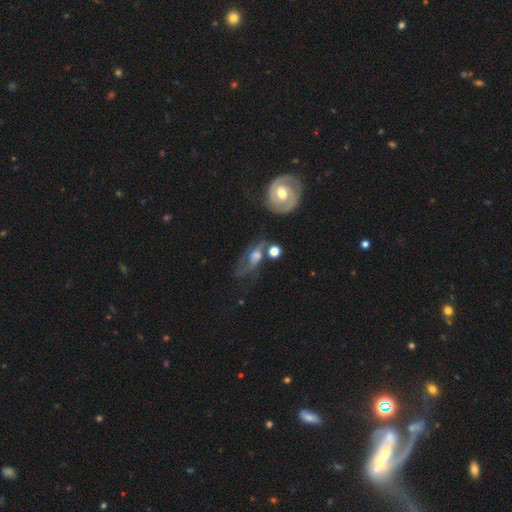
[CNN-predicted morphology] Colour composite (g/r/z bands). It shows a featured or disk galaxy (64%) with no bar (61%), spiral arms (76%) and a moderate central bulge (50%). Merging: none (43%).